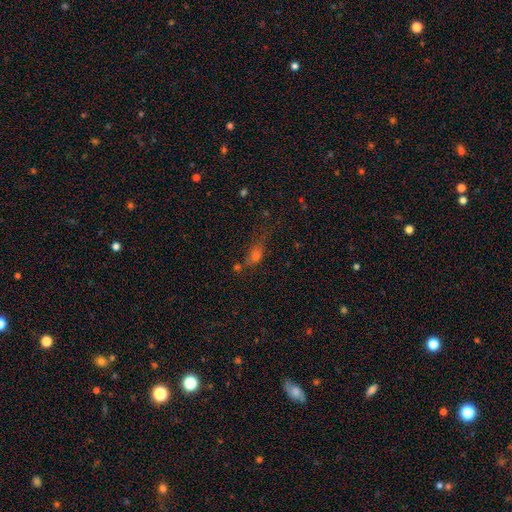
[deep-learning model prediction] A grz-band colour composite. It shows a smooth galaxy with no disk features (58%) that is in between round and cigar-shaped (55%). Merging: none (45%).